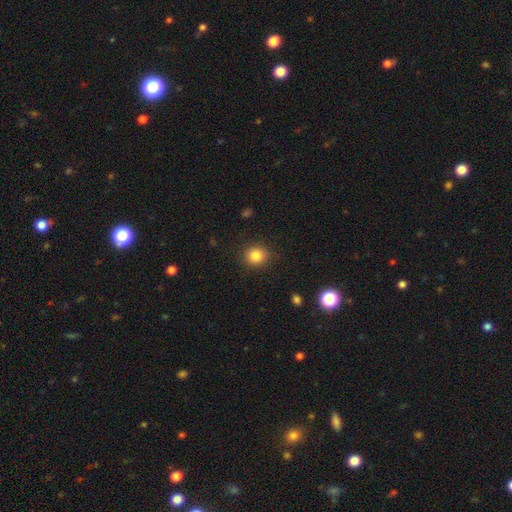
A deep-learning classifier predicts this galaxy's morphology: Smooth or featured? Predicted: smooth (p=0.84). How rounded? Predicted: round (p=0.84). Merging? Predicted: none (p=0.88).